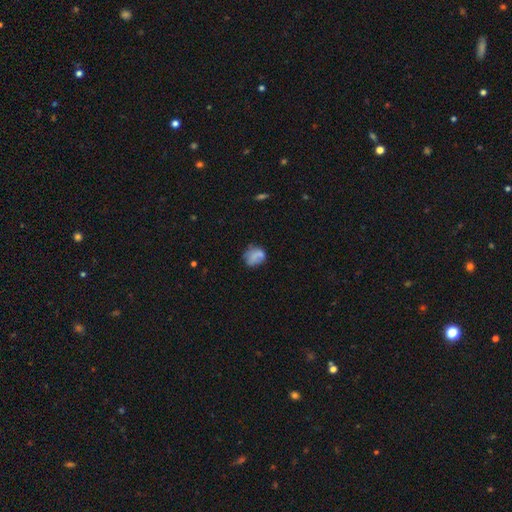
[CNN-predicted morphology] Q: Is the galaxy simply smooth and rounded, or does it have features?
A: smooth — 69%.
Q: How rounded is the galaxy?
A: round — 57%.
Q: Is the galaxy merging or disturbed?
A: none — 50%.